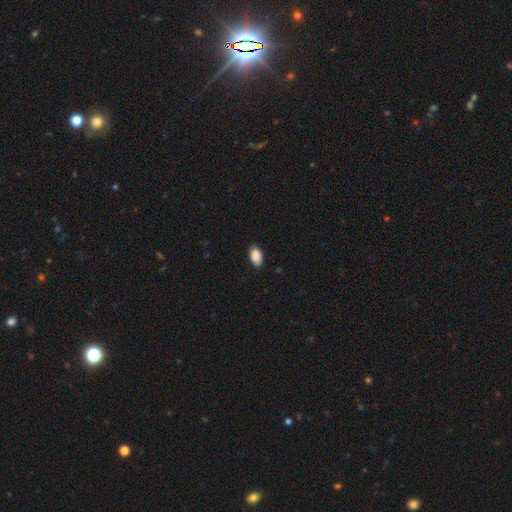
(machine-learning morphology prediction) Smooth or featured? smooth (89%)
How rounded? in between (93%)
Merging? none (83%)